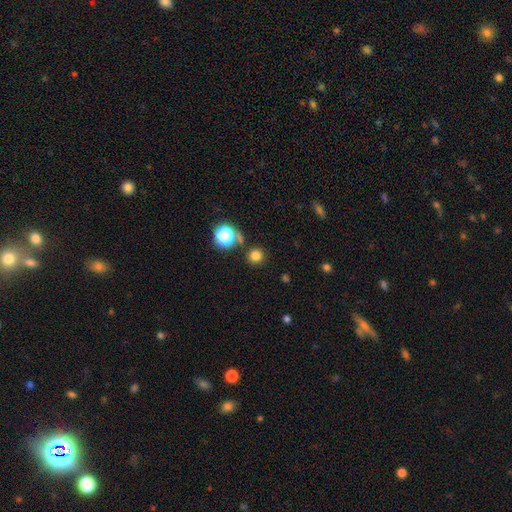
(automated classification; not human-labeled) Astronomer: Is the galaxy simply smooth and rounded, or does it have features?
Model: smooth — 77%.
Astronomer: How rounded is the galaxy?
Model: round — 94%.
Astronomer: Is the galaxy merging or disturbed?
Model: none — 83%.